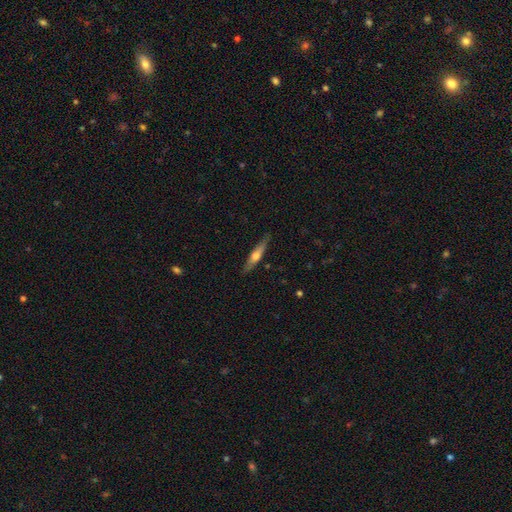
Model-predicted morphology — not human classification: Q: Smooth or featured?
A: featured or disk (51%); runner-up: smooth (43%)
Q: Edge-on disk?
A: yes (93%); runner-up: no (7%)
Q: Merging?
A: none (85%); runner-up: minor disturbance (12%)